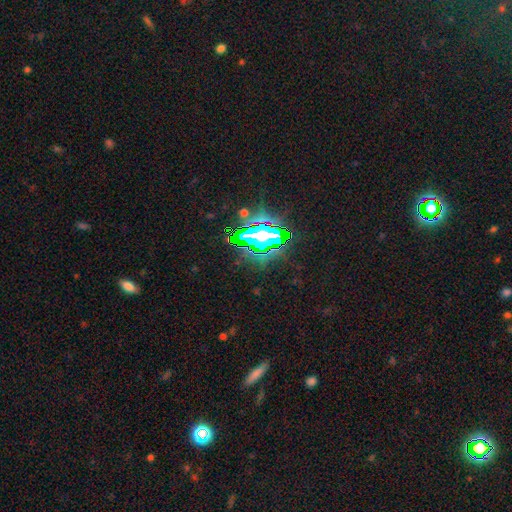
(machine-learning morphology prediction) Overall: star or artifact (82%).